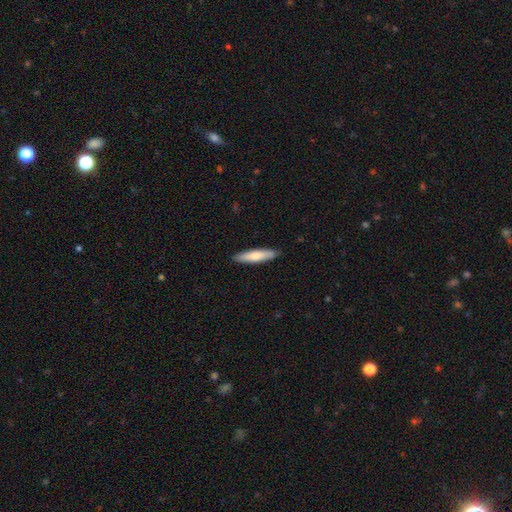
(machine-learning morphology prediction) smooth_or_featured: smooth (p=0.73) [alt: featured or disk p=0.22]
how_rounded: cigar-shaped (p=0.80) [alt: in between p=0.19]
merging: none (p=0.90) [alt: minor disturbance p=0.08]